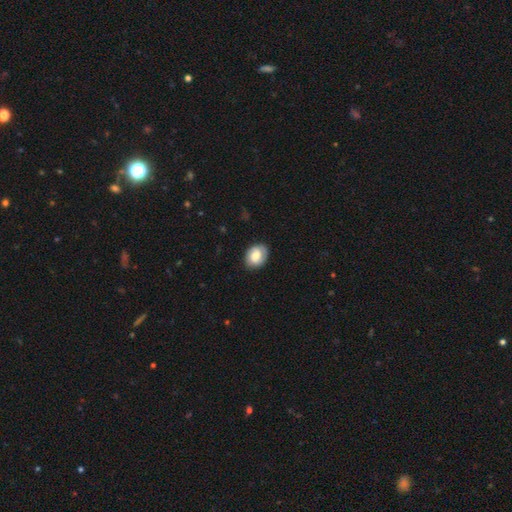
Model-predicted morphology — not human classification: smooth 63%, featured or disk 29%, star or artifact 7%. Down the decision tree: how rounded — in between (53%); merging — none (80%).